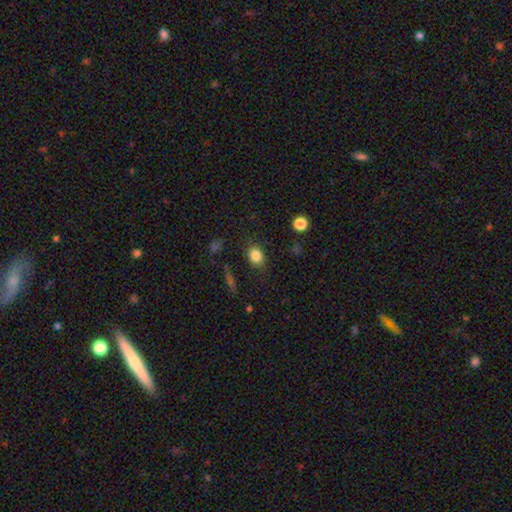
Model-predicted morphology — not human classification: smooth_or_featured: smooth (p=0.83) [alt: star or artifact p=0.10]
how_rounded: in between (p=0.59) [alt: round p=0.40]
merging: none (p=0.82) [alt: minor disturbance p=0.12]